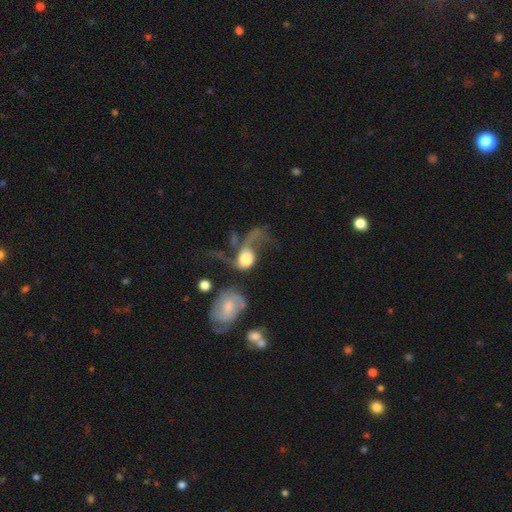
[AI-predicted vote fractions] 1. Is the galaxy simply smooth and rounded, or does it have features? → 59% featured or disk, 31% smooth, 9% star or artifact.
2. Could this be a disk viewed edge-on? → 95% no, 5% yes.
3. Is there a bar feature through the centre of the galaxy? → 75% no, 20% weak, 5% strong.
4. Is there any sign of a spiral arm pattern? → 75% yes, 25% no.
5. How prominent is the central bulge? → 40% moderate, 38% large, 10% small, 9% dominant, 4% none.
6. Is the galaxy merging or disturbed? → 54% major disturbance, 19% none, 15% merger, 12% minor disturbance.